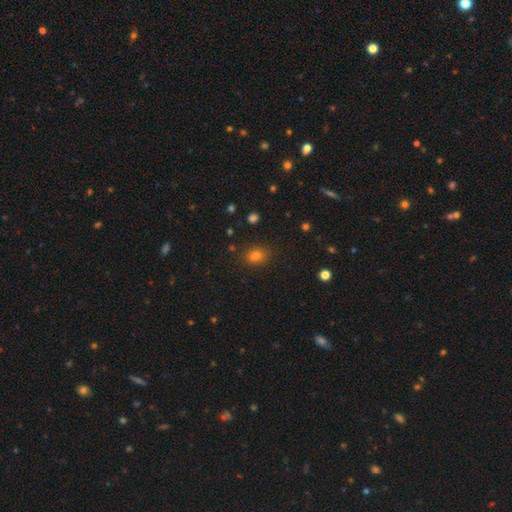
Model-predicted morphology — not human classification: Smooth or featured? Predicted: smooth (p=0.76). How rounded? Predicted: round (p=0.50). Merging? Predicted: none (p=0.85).